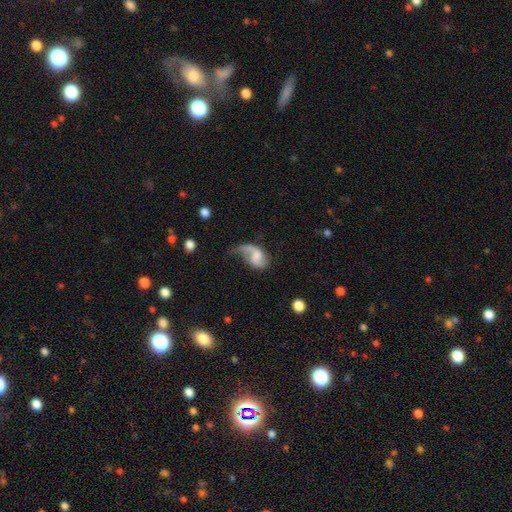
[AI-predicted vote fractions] Smooth or featured?
  - featured or disk: 66% *
  - smooth: 26%
  - star or artifact: 7%
Edge-on disk?
  - no: 97% *
  - yes: 3%
Bar?
  - no: 50% *
  - weak: 40%
  - strong: 10%
Spiral arms?
  - yes: 90% *
  - no: 10%
Spiral winding?
  - loose: 70% *
  - medium: 23%
  - tight: 6%
Spiral arm count?
  - 2: 61% *
  - 1: 33%
  - can't tell: 4%
  - 3: 1%
  - 4: 1%
  - more than 4: 1%
Bulge size?
  - none: 40% *
  - moderate: 23%
  - small: 21%
  - large: 13%
  - dominant: 3%
Merging?
  - major disturbance: 38% *
  - none: 31%
  - minor disturbance: 27%
  - merger: 4%